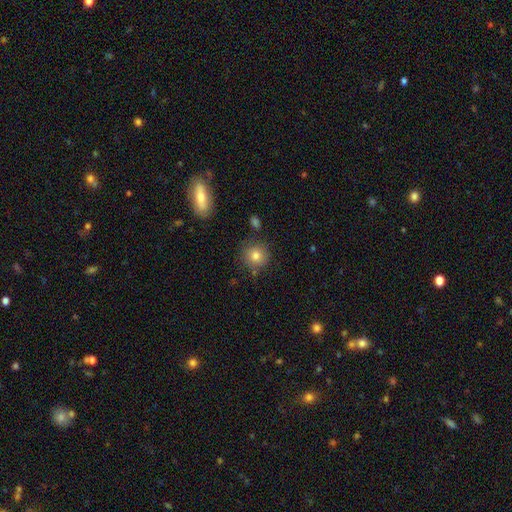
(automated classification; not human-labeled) Smooth or featured? Predicted: smooth (p=0.80). How rounded? Predicted: round (p=0.90). Merging? Predicted: none (p=0.80).